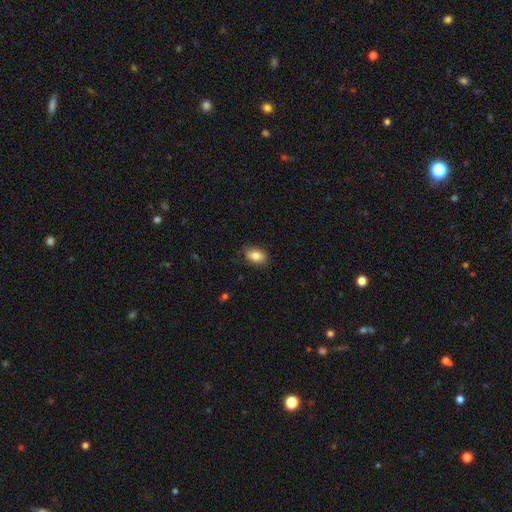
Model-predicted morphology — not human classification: A smooth galaxy with no disk features (83%) that is in between round and cigar-shaped (87%).

Vote fractions:
- Smooth or featured? smooth: 83% / featured or disk: 10% / star or artifact: 8%
- How rounded? in between: 87% / round: 11% / cigar-shaped: 2%
- Merging? none: 84% / minor disturbance: 13% / major disturbance: 2% / merger: 1%